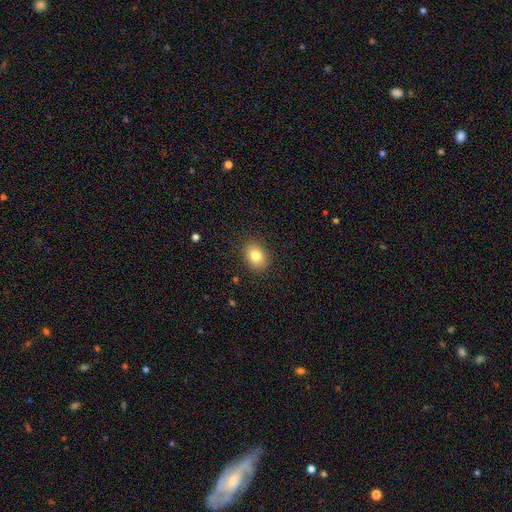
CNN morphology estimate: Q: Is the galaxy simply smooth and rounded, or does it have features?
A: smooth — 82%.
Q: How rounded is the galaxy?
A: in between — 62%.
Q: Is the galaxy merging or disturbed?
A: none — 88%.